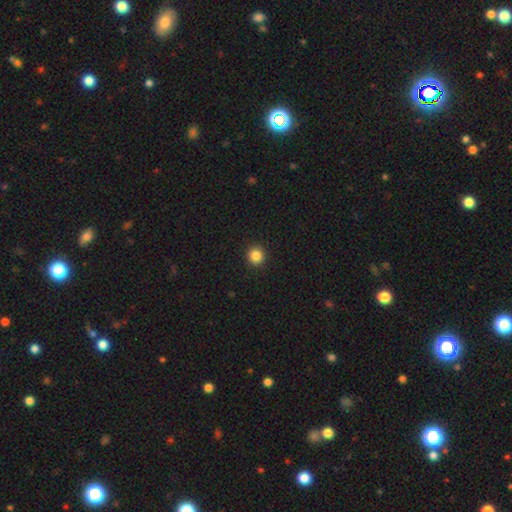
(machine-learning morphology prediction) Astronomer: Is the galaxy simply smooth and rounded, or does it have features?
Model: smooth — 85%.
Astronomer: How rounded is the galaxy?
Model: round — 94%.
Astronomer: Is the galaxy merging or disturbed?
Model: none — 93%.